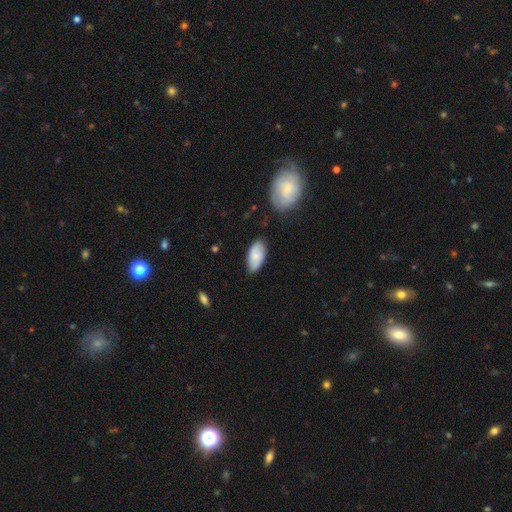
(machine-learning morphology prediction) Overall: smooth (74%). How rounded: in between (93%). Merging: none (81%).